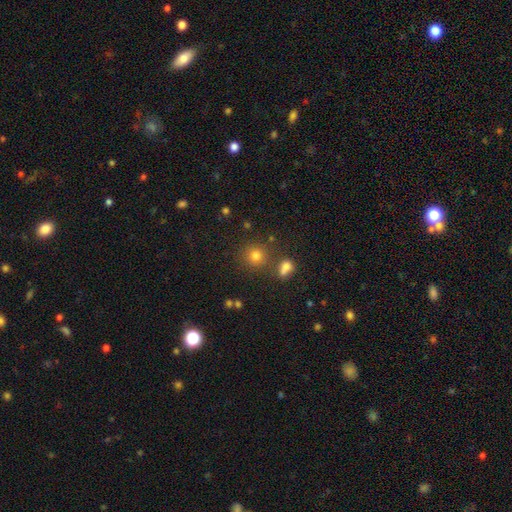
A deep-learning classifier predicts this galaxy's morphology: Smooth or featured?
  - smooth: 77% *
  - star or artifact: 16%
  - featured or disk: 7%
How rounded?
  - round: 90% *
  - in between: 9%
  - cigar-shaped: 1%
Merging?
  - none: 78% *
  - merger: 10%
  - minor disturbance: 8%
  - major disturbance: 4%